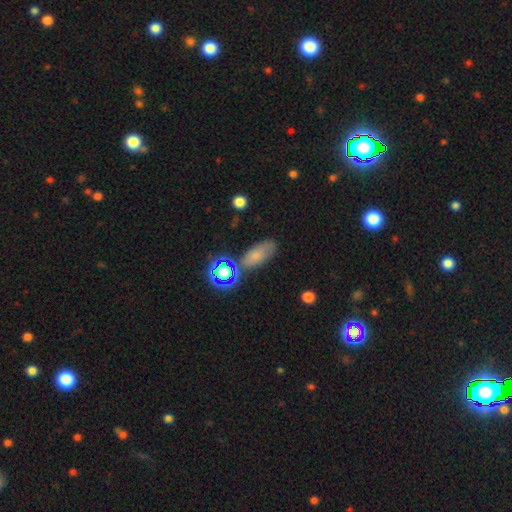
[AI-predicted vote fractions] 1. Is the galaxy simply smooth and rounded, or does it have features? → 67% smooth, 18% star or artifact, 15% featured or disk.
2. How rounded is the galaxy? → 81% in between, 11% cigar-shaped, 9% round.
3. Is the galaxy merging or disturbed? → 67% none, 18% minor disturbance, 9% merger, 6% major disturbance.